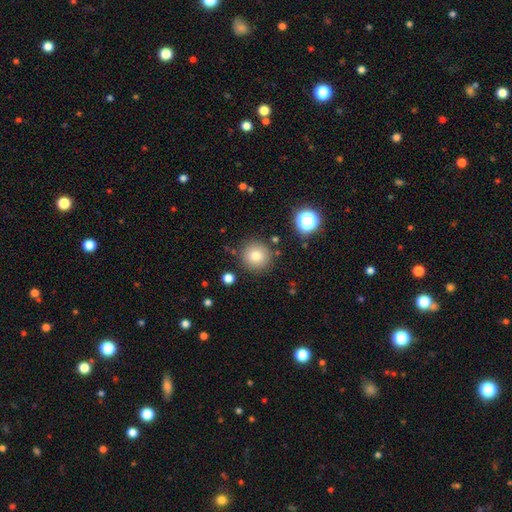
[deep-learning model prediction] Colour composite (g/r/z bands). It shows a smooth galaxy with no disk features (79%) that is round (94%). Merging: none (86%).